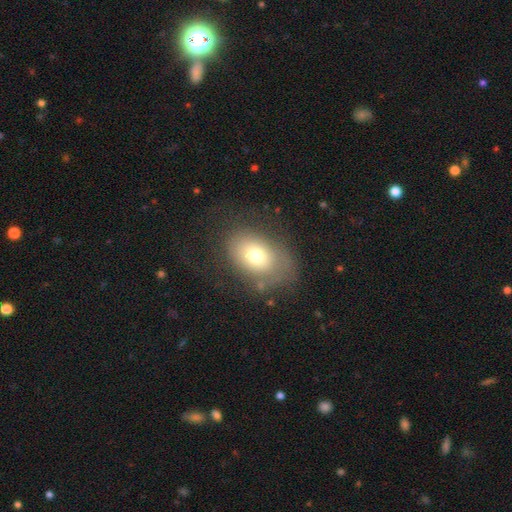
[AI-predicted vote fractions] smooth-or-featured: smooth: 70% | featured or disk: 19% | star or artifact: 11%
  how-rounded: in between: 76% | round: 23% | cigar-shaped: 1%
  merging: none: 61% | minor disturbance: 22% | major disturbance: 14% | merger: 2%